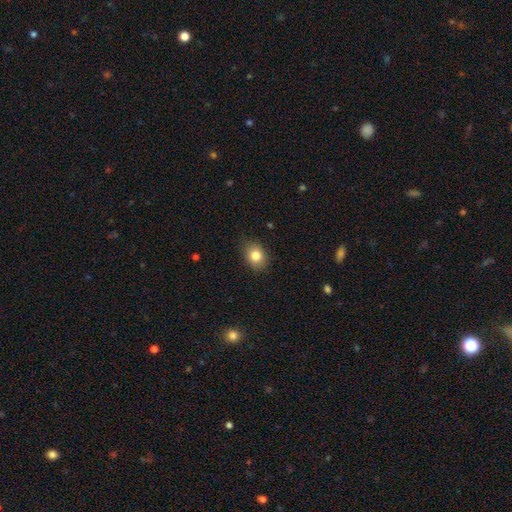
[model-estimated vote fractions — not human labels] This appears to be a smooth galaxy with no disk features (82%) that is in between round and cigar-shaped (53%). Merging: none (83%).